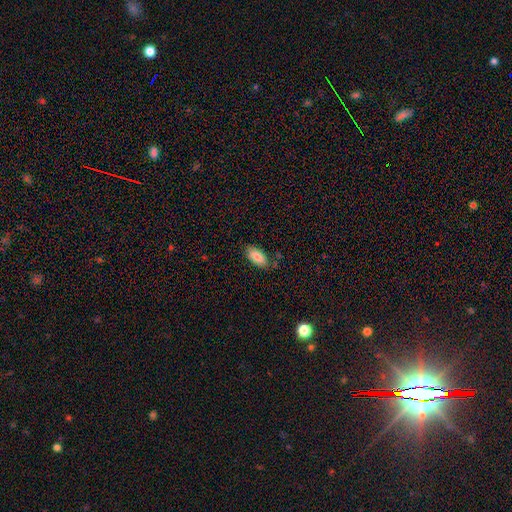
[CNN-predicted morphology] Smooth or featured: smooth — 85% (featured or disk — 9%)
How rounded: in between — 92% (cigar-shaped — 6%)
Merging: none — 79% (minor disturbance — 16%)